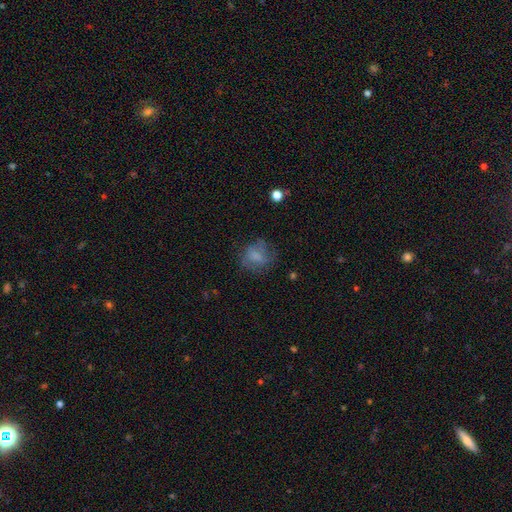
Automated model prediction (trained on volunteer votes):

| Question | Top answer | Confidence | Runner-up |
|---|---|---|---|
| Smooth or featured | smooth | 59% | featured or disk (29%) |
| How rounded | round | 65% | in between (34%) |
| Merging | none | 58% | minor disturbance (22%) |